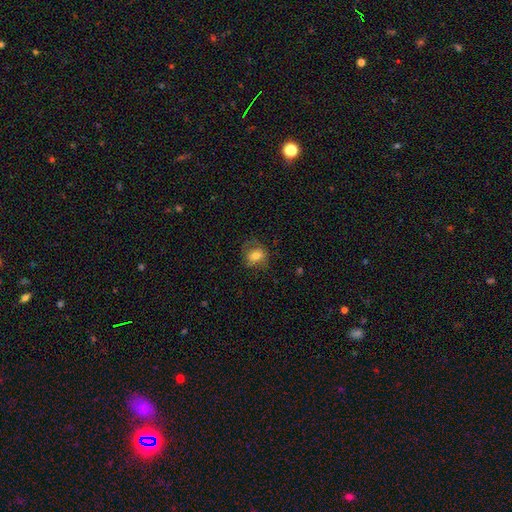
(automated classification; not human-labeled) smooth_or_featured: smooth (p=0.66) [alt: featured or disk p=0.25]
how_rounded: round (p=0.52) [alt: in between p=0.47]
merging: none (p=0.59) [alt: minor disturbance p=0.23]